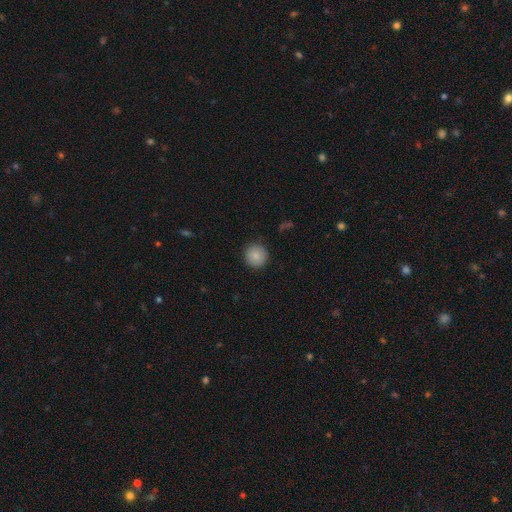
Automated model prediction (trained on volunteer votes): A smooth galaxy with no disk features (85%) that is round (95%). Merging: none (90%).